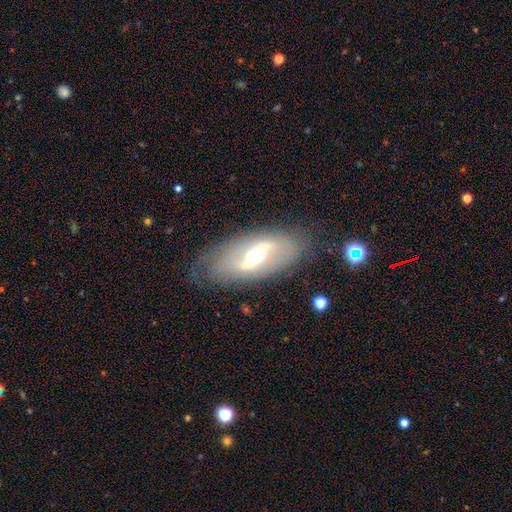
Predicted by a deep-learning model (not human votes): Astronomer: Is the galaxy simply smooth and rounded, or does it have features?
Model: featured or disk — 74%.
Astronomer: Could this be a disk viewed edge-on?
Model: no — 87%.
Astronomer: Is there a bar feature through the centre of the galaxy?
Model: strong — 43% (runner-up: weak, 40%).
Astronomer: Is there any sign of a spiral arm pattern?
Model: yes — 63%.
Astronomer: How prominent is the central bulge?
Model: moderate — 70%.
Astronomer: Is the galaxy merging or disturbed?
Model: none — 78%.